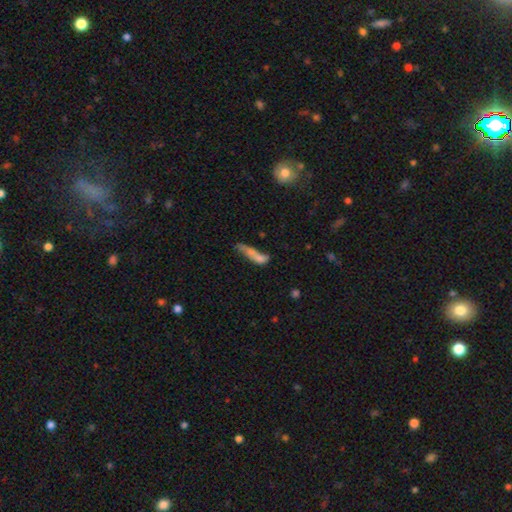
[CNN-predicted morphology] A smooth galaxy with no disk features (61%) that is cigar-shaped (65%). Merging: merger (32%).